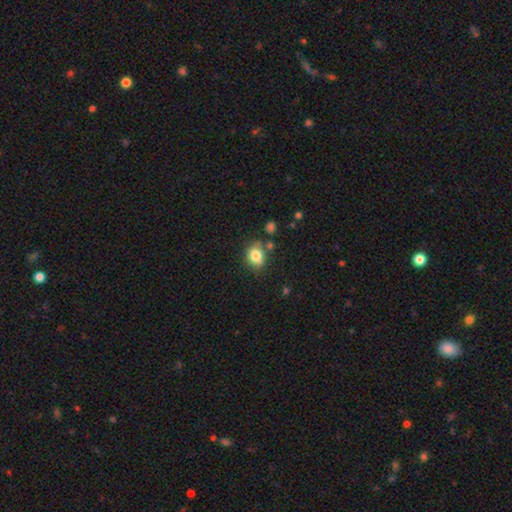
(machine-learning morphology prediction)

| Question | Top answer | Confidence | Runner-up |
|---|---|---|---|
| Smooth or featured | smooth | 81% | star or artifact (10%) |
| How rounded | round | 53% | in between (46%) |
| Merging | none | 66% | minor disturbance (20%) |